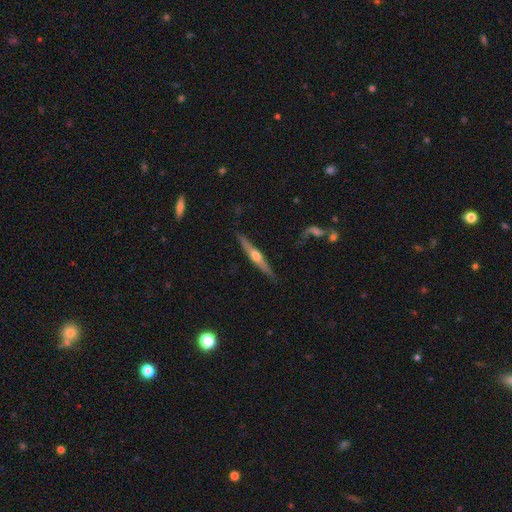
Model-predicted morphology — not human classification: Smooth or featured? featured or disk (71%)
Edge-on disk? yes (97%)
Edge-on bulge? rounded (91%)
Merging? none (86%)